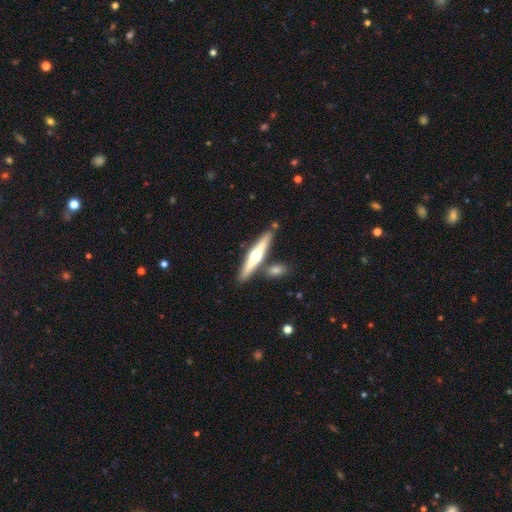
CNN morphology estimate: smooth-or-featured: featured or disk: 61% | smooth: 34% | star or artifact: 5%
  disk-edge-on: yes: 96% | no: 4%
    edge-on-bulge: rounded: 93% | none: 4% | boxy: 3%
  merging: none: 78% | merger: 10% | minor disturbance: 9% | major disturbance: 2%